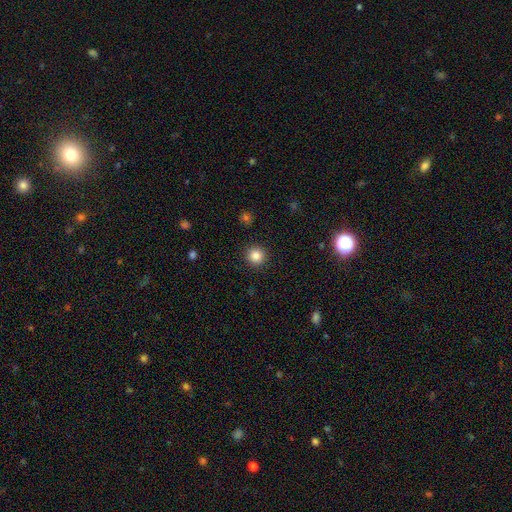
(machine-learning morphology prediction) Smooth or featured: smooth — 84% (star or artifact — 11%)
How rounded: round — 95% (in between — 4%)
Merging: none — 92% (minor disturbance — 5%)